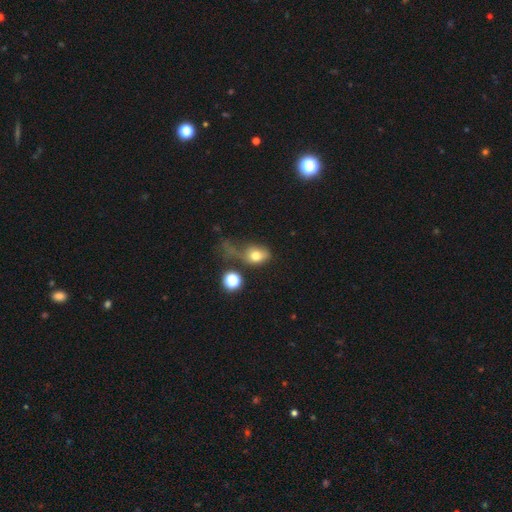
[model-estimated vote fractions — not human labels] Smooth or featured?
  - smooth: 72% *
  - featured or disk: 16%
  - star or artifact: 12%
How rounded?
  - in between: 69% *
  - round: 29%
  - cigar-shaped: 2%
Merging?
  - major disturbance: 39% *
  - none: 25%
  - minor disturbance: 22%
  - merger: 15%